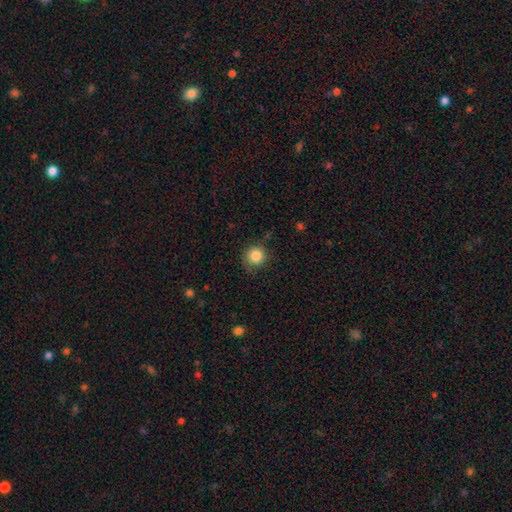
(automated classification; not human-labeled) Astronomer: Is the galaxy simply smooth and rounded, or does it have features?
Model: smooth — 85%.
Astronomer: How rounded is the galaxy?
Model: round — 92%.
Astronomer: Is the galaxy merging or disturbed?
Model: none — 77%.